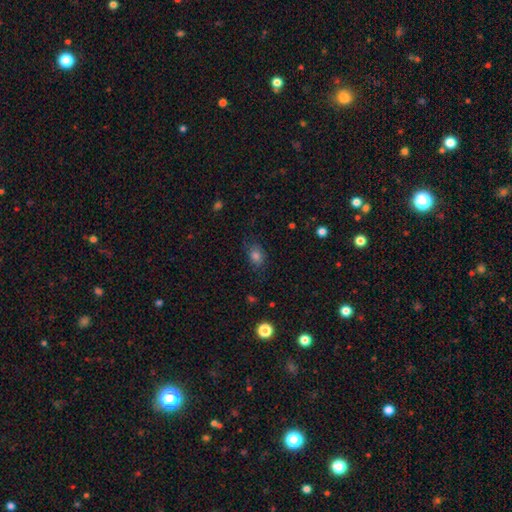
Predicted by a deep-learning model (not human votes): This appears to be a smooth galaxy with no disk features (74%) that is in between round and cigar-shaped (67%). Merging: none (76%).